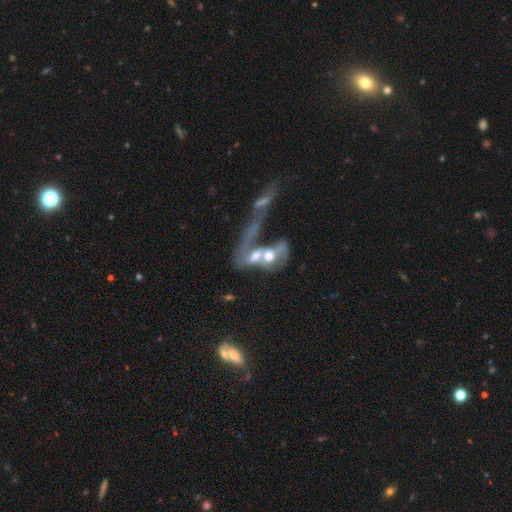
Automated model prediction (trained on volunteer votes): Smooth or featured: featured or disk — 47% (smooth — 42%)
Merging: merger — 75% (major disturbance — 15%)